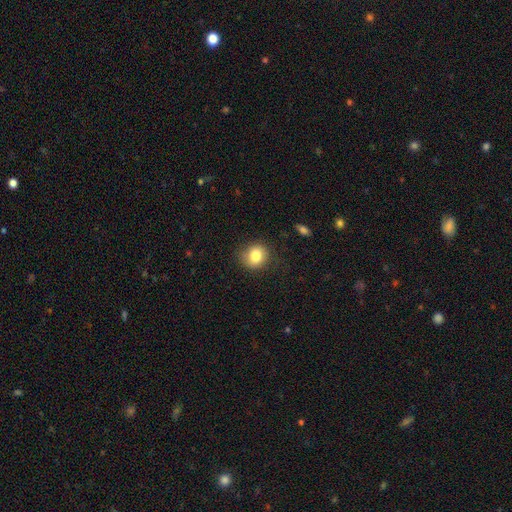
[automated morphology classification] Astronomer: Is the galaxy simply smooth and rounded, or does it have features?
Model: smooth — 81%.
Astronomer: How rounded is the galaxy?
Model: round — 76%.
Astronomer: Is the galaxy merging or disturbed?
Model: none — 81%.